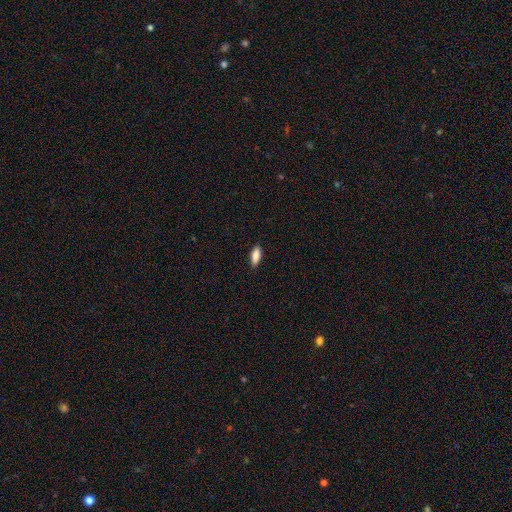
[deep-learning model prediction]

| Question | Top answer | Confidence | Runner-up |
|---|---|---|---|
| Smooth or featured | smooth | 85% | featured or disk (9%) |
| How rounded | in between | 72% | cigar-shaped (26%) |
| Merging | none | 89% | minor disturbance (9%) |